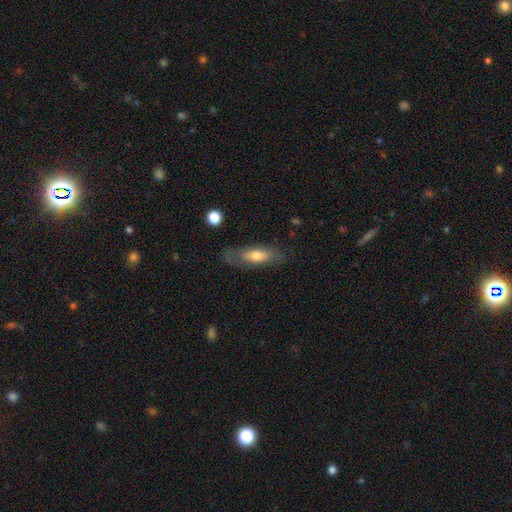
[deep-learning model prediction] Q: Smooth or featured?
A: smooth (65%); runner-up: featured or disk (29%)
Q: How rounded?
A: in between (58%); runner-up: cigar-shaped (39%)
Q: Merging?
A: none (69%); runner-up: minor disturbance (20%)